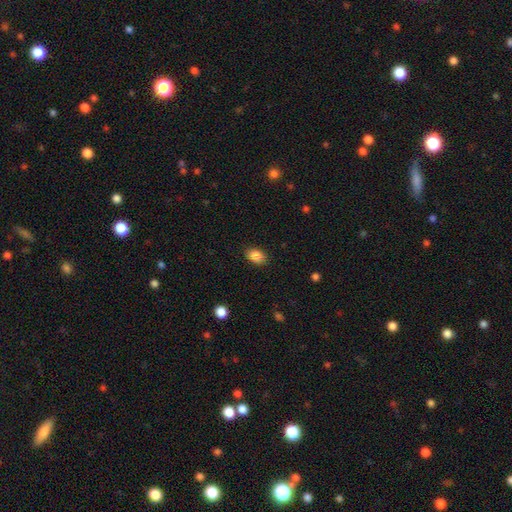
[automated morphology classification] Overall: smooth (86%). How rounded: in between (82%). Merging: none (87%).